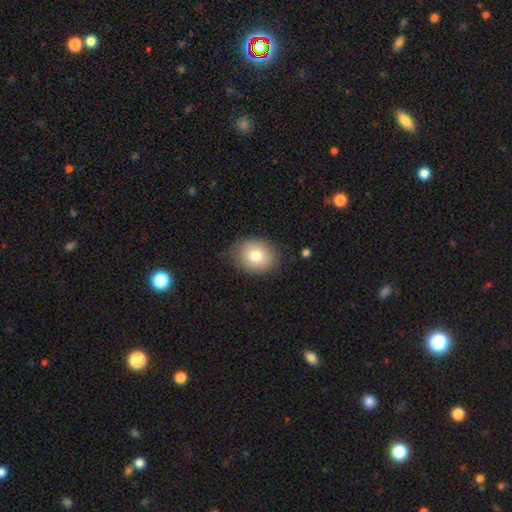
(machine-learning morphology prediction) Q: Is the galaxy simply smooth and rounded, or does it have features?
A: smooth — 79%.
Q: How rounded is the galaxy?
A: round — 57%.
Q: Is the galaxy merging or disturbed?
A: none — 78%.